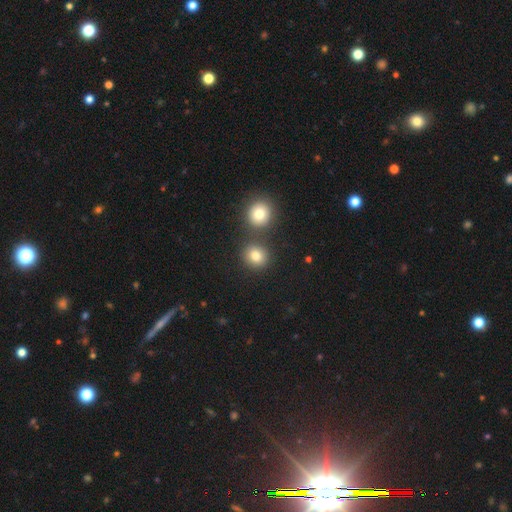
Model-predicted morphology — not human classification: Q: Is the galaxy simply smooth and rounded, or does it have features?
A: smooth — 80%.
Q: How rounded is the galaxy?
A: round — 83%.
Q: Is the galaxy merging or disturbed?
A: none — 75%.